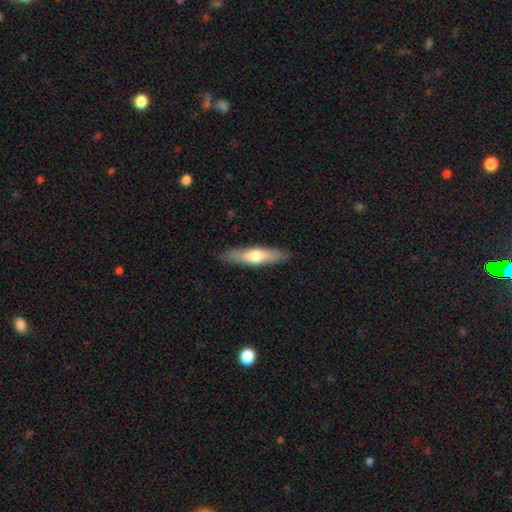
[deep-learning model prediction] smooth_or_featured: smooth (p=0.56) [alt: featured or disk p=0.38]
how_rounded: cigar-shaped (p=0.72) [alt: in between p=0.26]
merging: none (p=0.87) [alt: minor disturbance p=0.10]